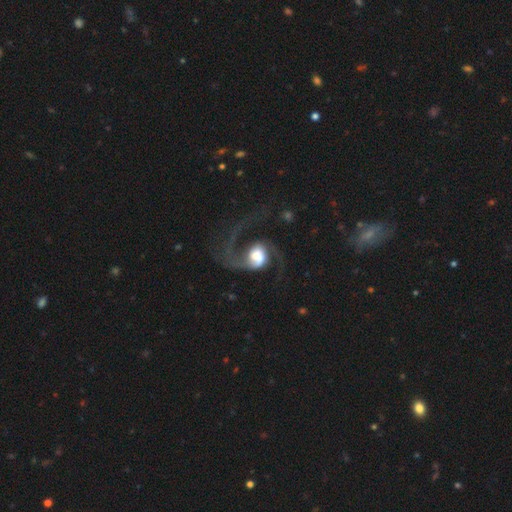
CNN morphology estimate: type=featured or disk (80%); edge-on=no (98%); bar=no (57%); spiral arms=yes (94%); winding=loose (57%); arm count=2 (73%); bulge=large (43%); merging=none (39%).